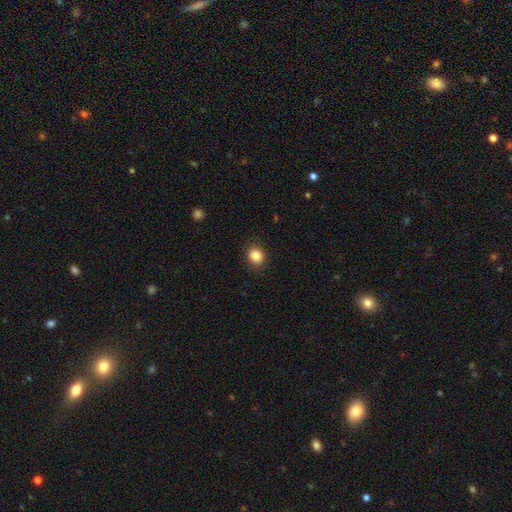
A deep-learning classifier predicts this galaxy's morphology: The model was most divided on "how rounded": round: 70%, in between: 29%, cigar-shaped: 1%. More confident: merging — none (88%); smooth or featured — smooth (86%).